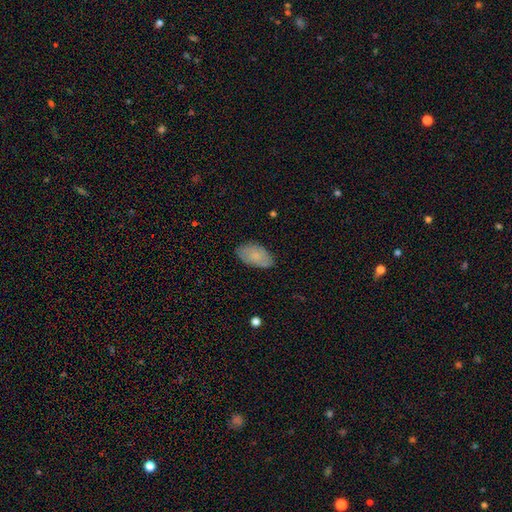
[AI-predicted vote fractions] smooth 80%, featured or disk 13%, star or artifact 7%. Down the decision tree: how rounded — in between (95%); merging — none (79%).